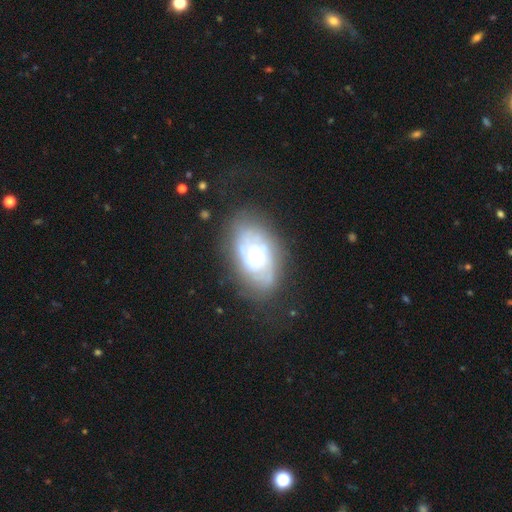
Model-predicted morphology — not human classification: smooth_or_featured: featured or disk (p=0.65) [alt: smooth p=0.26]
disk_edge_on: no (p=0.93) [alt: yes p=0.07]
bar: no (p=0.70) [alt: weak p=0.24]
has_spiral_arms: yes (p=0.79) [alt: no p=0.21]
bulge_size: moderate (p=0.51) [alt: small p=0.36]
merging: none (p=0.70) [alt: minor disturbance p=0.19]